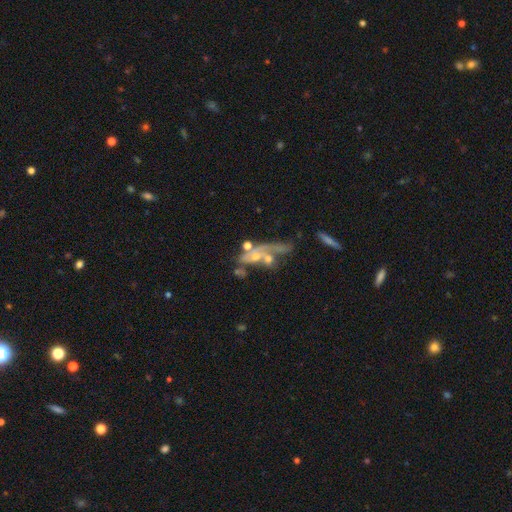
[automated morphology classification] This is likely a featured or disk galaxy (62%). It is clearly not viewed edge-on (84%). Bar: clearly no (80%). Spiral arm pattern: possibly no (56%). Central bulge: marginally small (43%). Merging: marginally merger (39%).